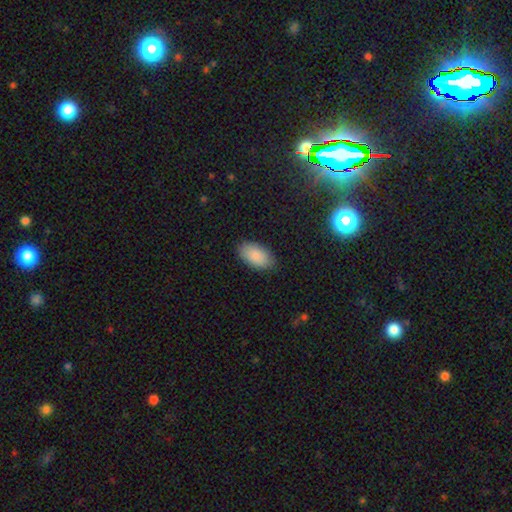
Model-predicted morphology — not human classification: A smooth galaxy with no disk features (88%) that is in between round and cigar-shaped (95%). Merging: none (86%).